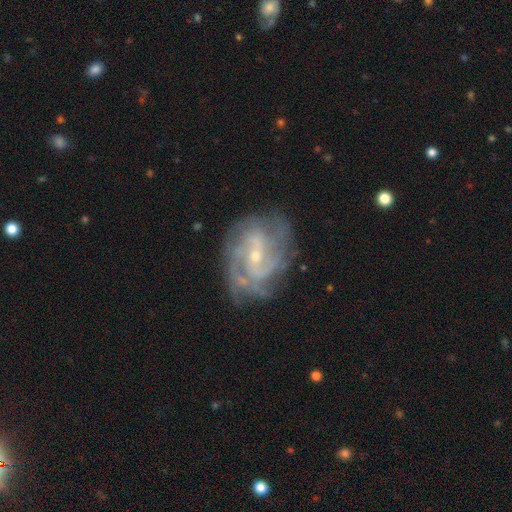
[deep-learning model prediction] featured or disk 88%, star or artifact 6%, smooth 6%. Down the decision tree: edge-on disk — no (97%); bar — weak (46%); spiral arms — yes (96%); spiral arm count — 2 (30%); spiral winding — tight (45%); bulge size — small (73%); merging — none (69%).